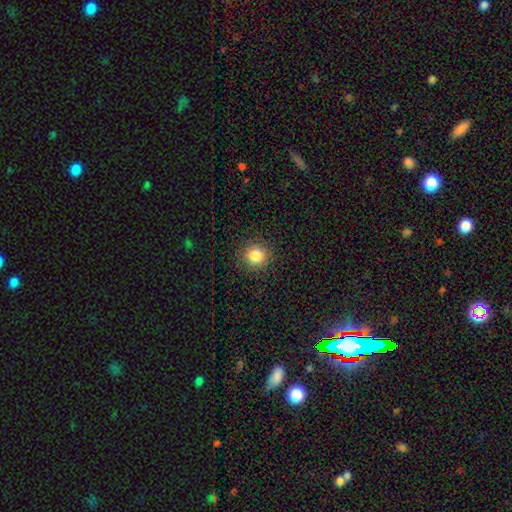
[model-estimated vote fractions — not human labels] Smooth or featured? smooth (83%)
How rounded? round (90%)
Merging? none (91%)